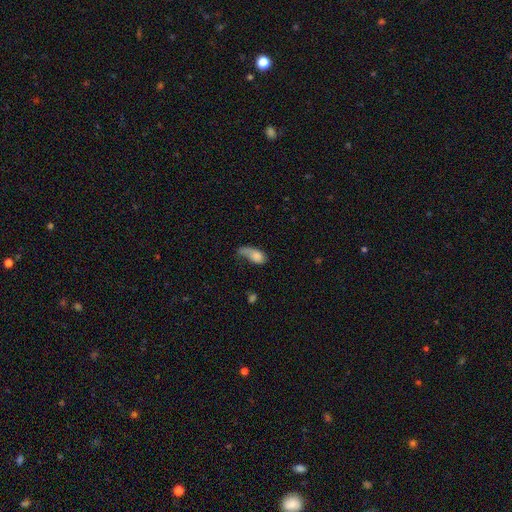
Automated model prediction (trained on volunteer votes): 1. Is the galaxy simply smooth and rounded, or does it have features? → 70% smooth, 22% featured or disk, 8% star or artifact.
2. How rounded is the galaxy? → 84% in between, 10% cigar-shaped, 6% round.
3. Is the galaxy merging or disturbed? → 37% major disturbance, 29% minor disturbance, 25% none, 9% merger.